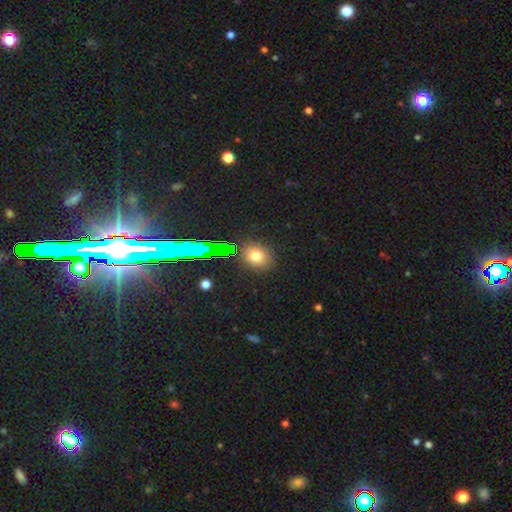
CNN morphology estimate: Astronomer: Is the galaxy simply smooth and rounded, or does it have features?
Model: smooth — 74%.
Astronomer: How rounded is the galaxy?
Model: round — 63%.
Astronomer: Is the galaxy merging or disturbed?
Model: none — 86%.